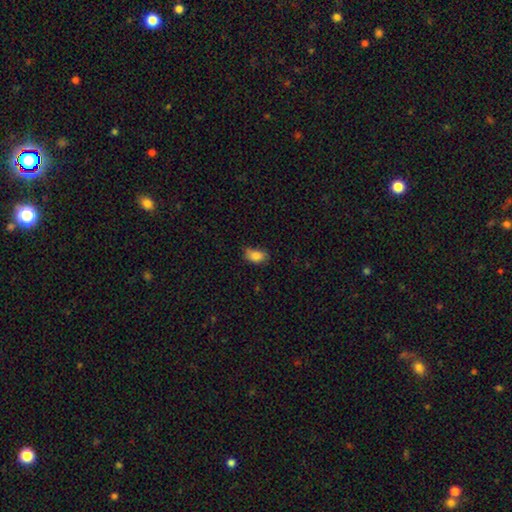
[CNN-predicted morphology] Smooth or featured? smooth (85%)
How rounded? in between (89%)
Merging? none (59%)